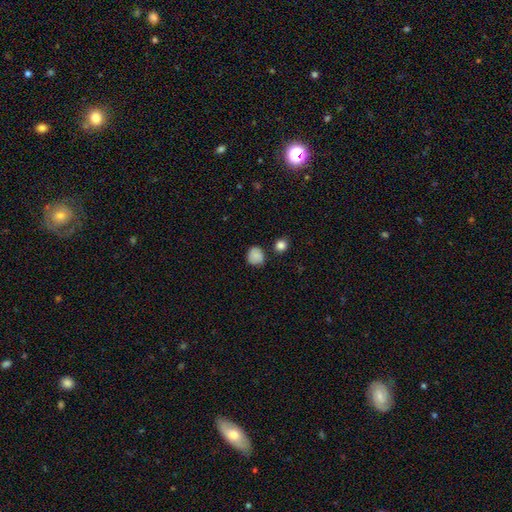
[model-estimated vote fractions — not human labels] Smooth or featured?
  - smooth: 84% *
  - star or artifact: 10%
  - featured or disk: 6%
How rounded?
  - round: 81% *
  - in between: 19%
  - cigar-shaped: 1%
Merging?
  - none: 75% *
  - minor disturbance: 16%
  - merger: 5%
  - major disturbance: 4%